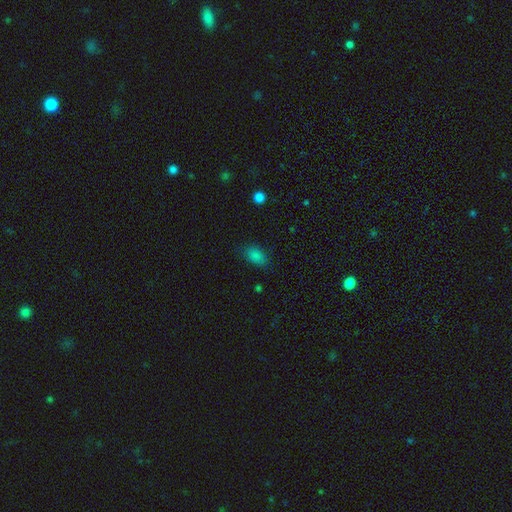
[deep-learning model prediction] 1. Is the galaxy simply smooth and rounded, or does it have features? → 83% smooth, 12% star or artifact, 5% featured or disk.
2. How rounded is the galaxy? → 89% in between, 8% round, 3% cigar-shaped.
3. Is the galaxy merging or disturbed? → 80% none, 15% minor disturbance, 4% major disturbance, 1% merger.